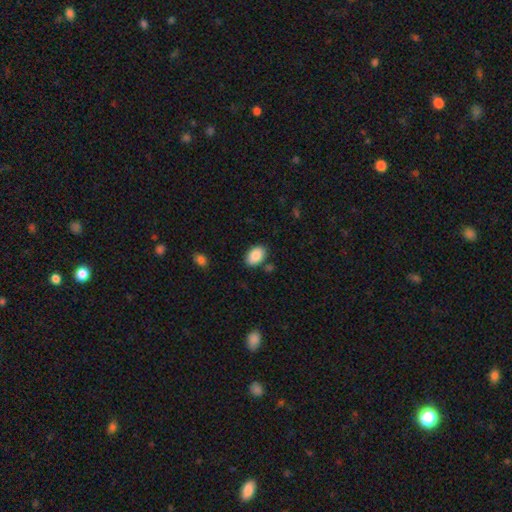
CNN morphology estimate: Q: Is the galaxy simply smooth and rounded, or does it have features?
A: smooth — 87%.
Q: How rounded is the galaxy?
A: in between — 89%.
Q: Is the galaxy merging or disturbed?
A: none — 83%.